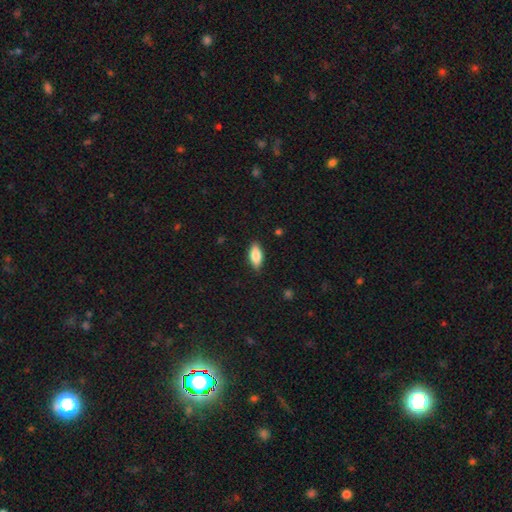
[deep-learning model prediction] smooth 80%, featured or disk 14%, star or artifact 7%. Down the decision tree: how rounded — in between (83%); merging — none (86%).